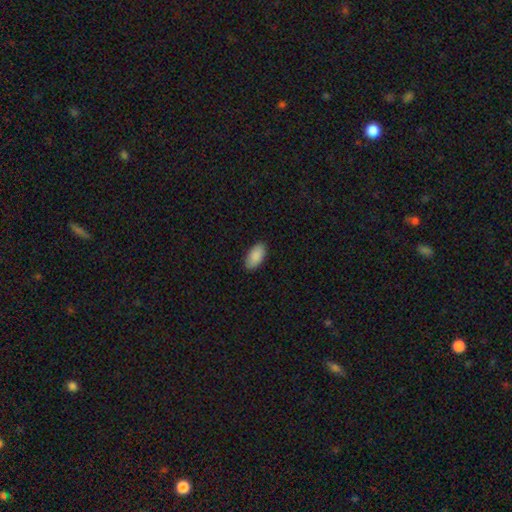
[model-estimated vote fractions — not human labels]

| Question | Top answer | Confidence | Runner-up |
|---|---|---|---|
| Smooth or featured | smooth | 91% | star or artifact (6%) |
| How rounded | in between | 94% | cigar-shaped (4%) |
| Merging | none | 89% | minor disturbance (8%) |